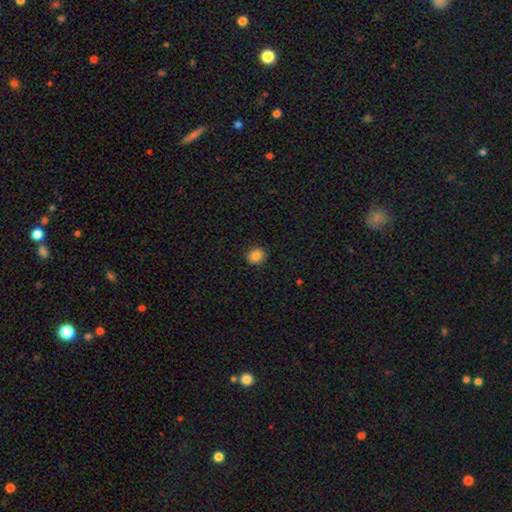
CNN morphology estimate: Smooth or featured?
  - smooth: 85% *
  - star or artifact: 10%
  - featured or disk: 5%
How rounded?
  - round: 78% *
  - in between: 21%
  - cigar-shaped: 1%
Merging?
  - none: 90% *
  - minor disturbance: 7%
  - major disturbance: 2%
  - merger: 1%